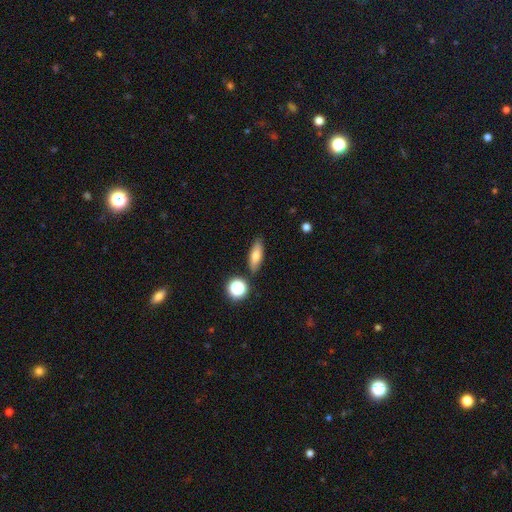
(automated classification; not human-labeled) Smooth or featured: smooth — 71% (featured or disk — 20%)
How rounded: in between — 57% (cigar-shaped — 37%)
Merging: none — 83% (minor disturbance — 10%)